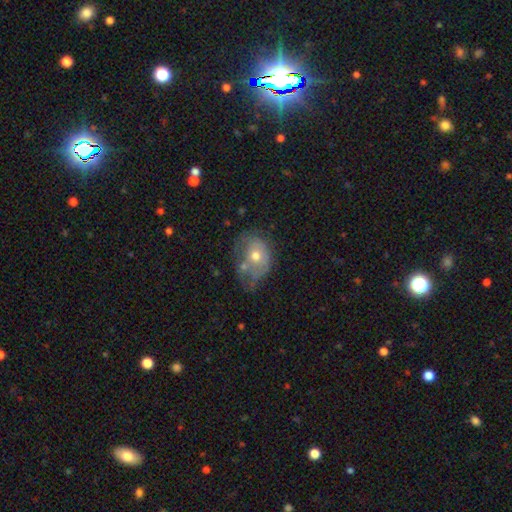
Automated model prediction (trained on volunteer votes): smooth 55%, featured or disk 37%, star or artifact 9%. Down the decision tree: how rounded — in between (60%); merging — minor disturbance (30%).